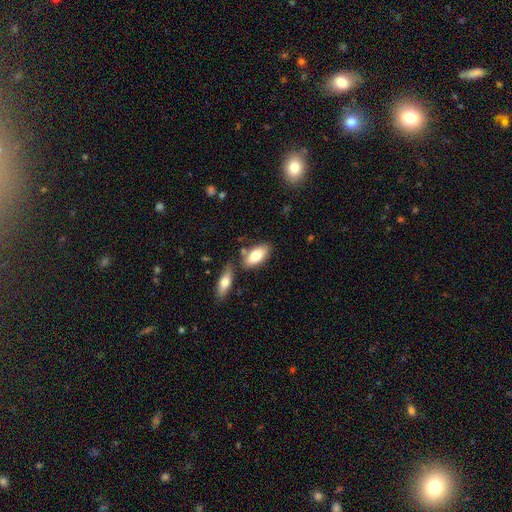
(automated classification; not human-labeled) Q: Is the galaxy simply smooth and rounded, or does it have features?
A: smooth — 77%.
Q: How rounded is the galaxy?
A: in between — 89%.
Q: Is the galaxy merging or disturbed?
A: none — 67%.